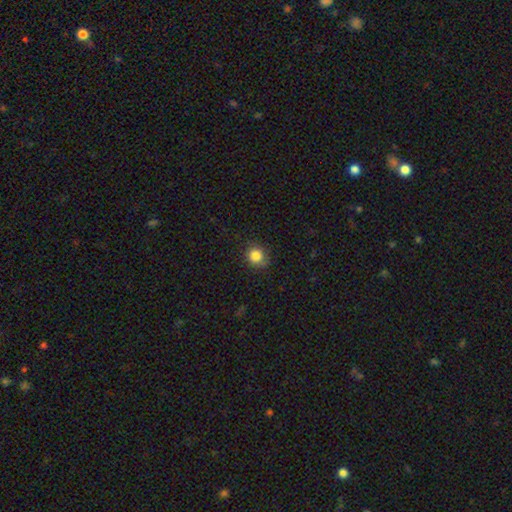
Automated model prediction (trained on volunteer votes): A smooth galaxy with no disk features (85%) that is round (87%). Merging: none (82%).